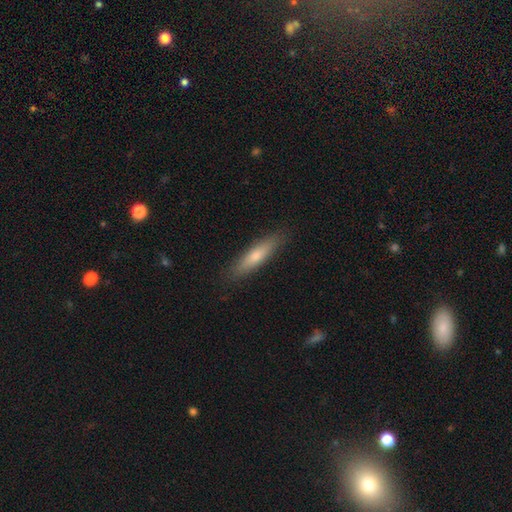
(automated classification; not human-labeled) Smooth or featured: smooth — 64% (featured or disk — 29%)
How rounded: cigar-shaped — 82% (in between — 16%)
Merging: none — 88% (minor disturbance — 9%)